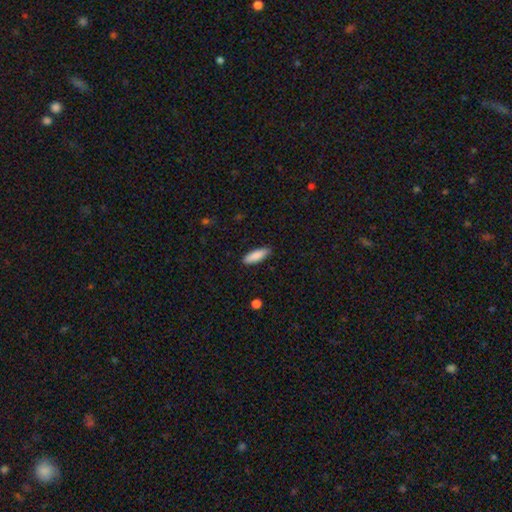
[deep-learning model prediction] This appears to be a smooth galaxy with no disk features (88%) that is in between round and cigar-shaped (52%). Merging: none (87%).